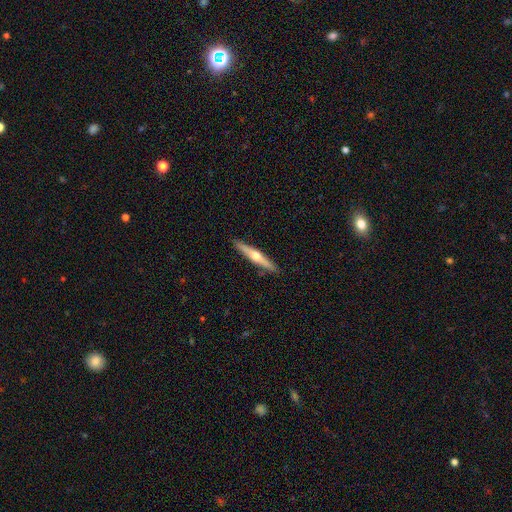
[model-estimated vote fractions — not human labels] Smooth or featured?
  - featured or disk: 62% *
  - smooth: 33%
  - star or artifact: 5%
Edge-on disk?
  - yes: 96% *
  - no: 4%
Edge-on bulge?
  - rounded: 92% *
  - none: 6%
  - boxy: 2%
Merging?
  - none: 91% *
  - minor disturbance: 7%
  - major disturbance: 1%
  - merger: 1%